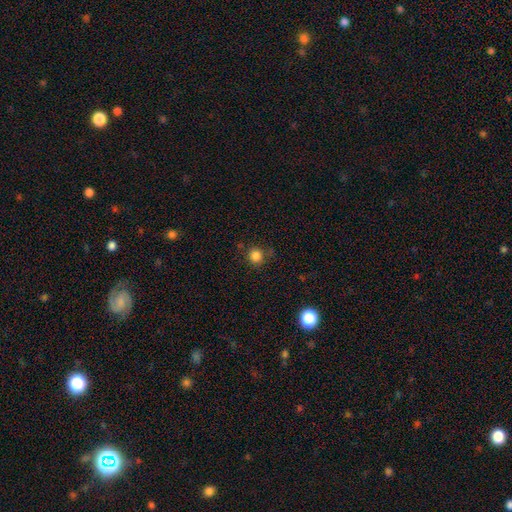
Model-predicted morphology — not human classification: This appears to be a smooth galaxy with no disk features (83%) that is round (93%). Merging: none (81%).